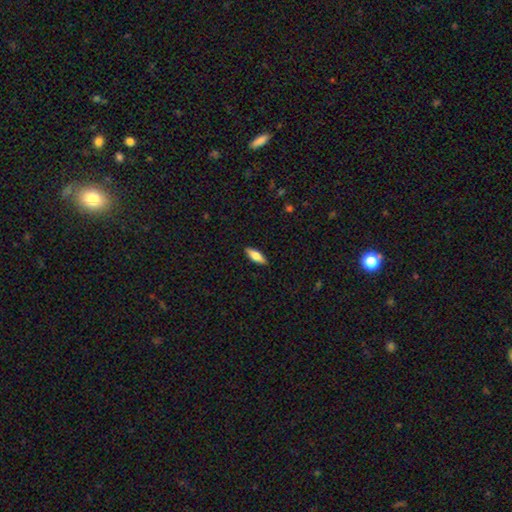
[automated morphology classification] Smooth or featured? smooth (71%)
How rounded? in between (62%)
Merging? none (89%)